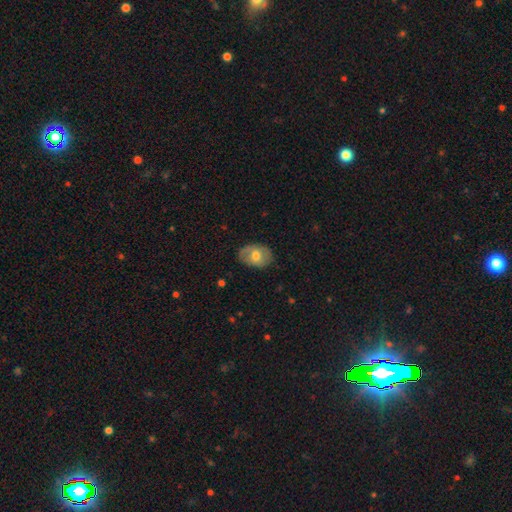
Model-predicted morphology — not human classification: This is possibly a smooth galaxy (57%). How rounded: likely in between (72%). Merging: likely none (72%).